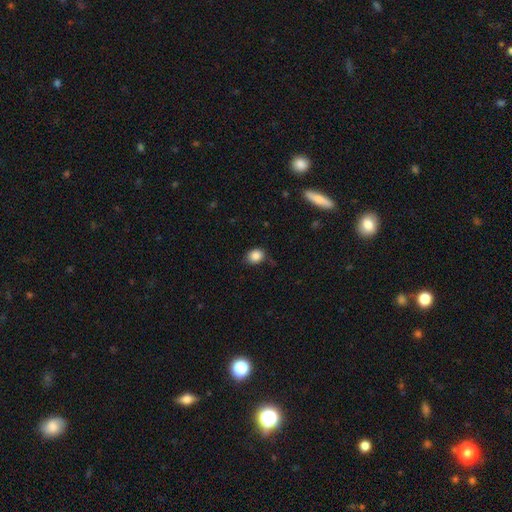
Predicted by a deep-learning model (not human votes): smooth 86%, star or artifact 10%, featured or disk 5%. Down the decision tree: how rounded — round (53%); merging — none (78%).